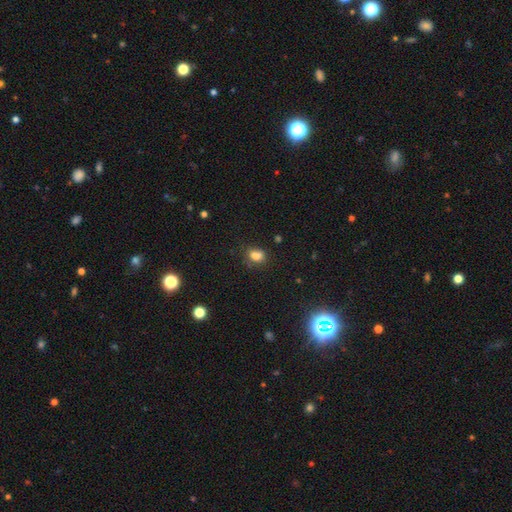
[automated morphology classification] This is likely a smooth galaxy (77%). How rounded: possibly in between (55%). Merging: possibly none (57%).